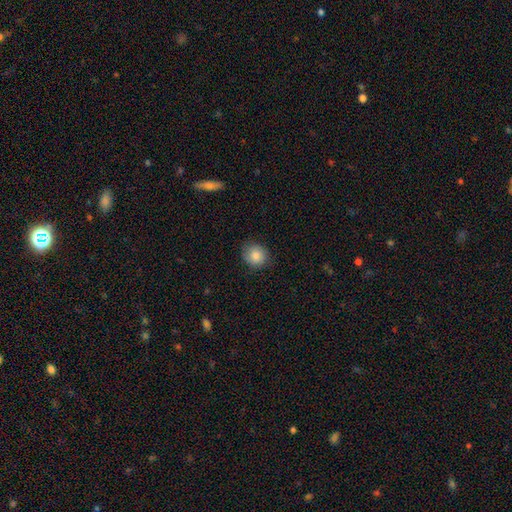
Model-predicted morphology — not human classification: smooth-or-featured: smooth: 84% | star or artifact: 8% | featured or disk: 8%
  how-rounded: round: 82% | in between: 17% | cigar-shaped: 1%
  merging: none: 80% | minor disturbance: 16% | major disturbance: 4% | merger: 1%